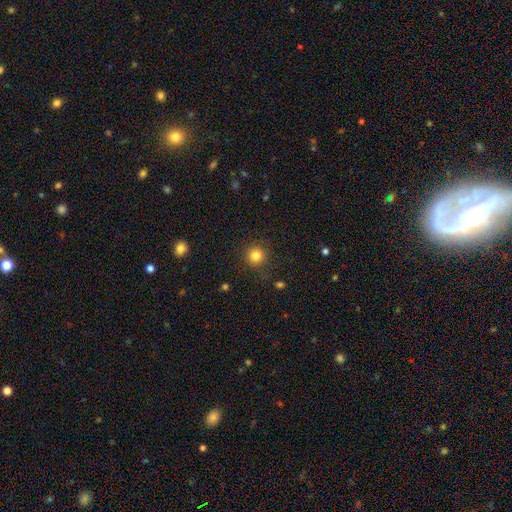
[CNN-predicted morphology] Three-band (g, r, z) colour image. It shows a smooth galaxy with no disk features (83%) that is round (94%). Merging: none (88%).